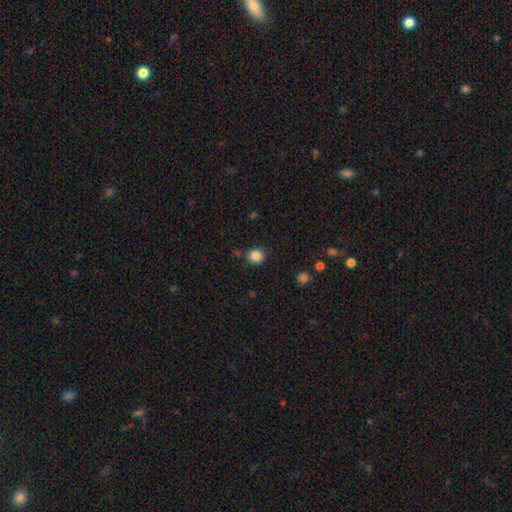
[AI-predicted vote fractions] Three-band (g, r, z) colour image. It shows a smooth galaxy with no disk features (85%) that is round (67%). Merging: none (81%).